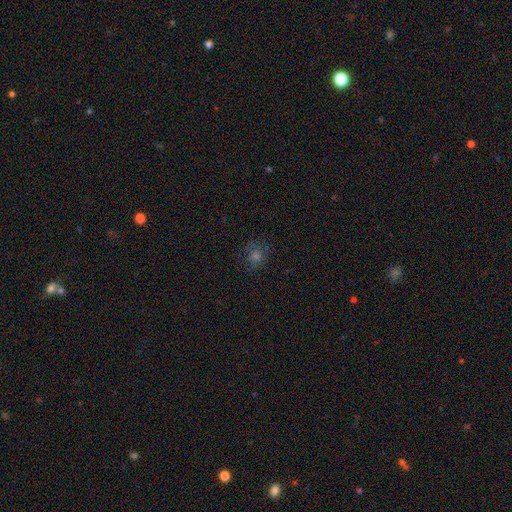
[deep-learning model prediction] A smooth galaxy with no disk features (52%) that is round (82%).

Vote fractions:
- Smooth or featured? smooth: 52% / star or artifact: 30% / featured or disk: 18%
- How rounded? round: 82% / in between: 17% / cigar-shaped: 1%
- Merging? none: 79% / minor disturbance: 14% / major disturbance: 6% / merger: 1%